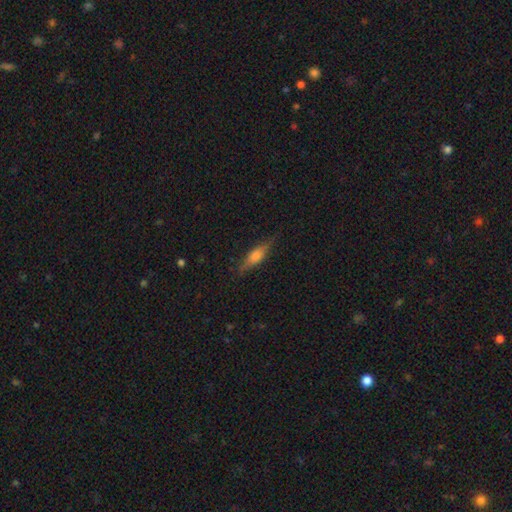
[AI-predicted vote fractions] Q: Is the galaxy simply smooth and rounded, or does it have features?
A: smooth — 47%.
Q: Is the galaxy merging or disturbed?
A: none — 83%.